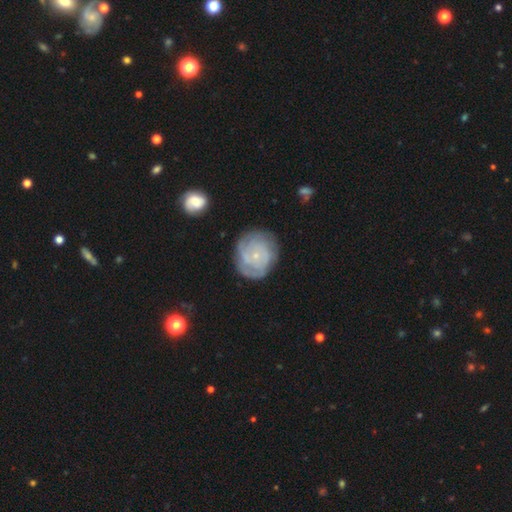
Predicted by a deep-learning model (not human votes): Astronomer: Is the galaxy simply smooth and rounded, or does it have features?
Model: featured or disk — 72%.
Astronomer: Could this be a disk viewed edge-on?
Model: no — 98%.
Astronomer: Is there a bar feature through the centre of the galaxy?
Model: no — 81%.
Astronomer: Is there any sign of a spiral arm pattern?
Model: yes — 88%.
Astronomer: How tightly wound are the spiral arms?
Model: tight — 68%.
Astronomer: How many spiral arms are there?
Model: can't tell — 42% (runner-up: 3, 18%).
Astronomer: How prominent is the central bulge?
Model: small — 84%.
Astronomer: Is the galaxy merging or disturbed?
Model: none — 72%.